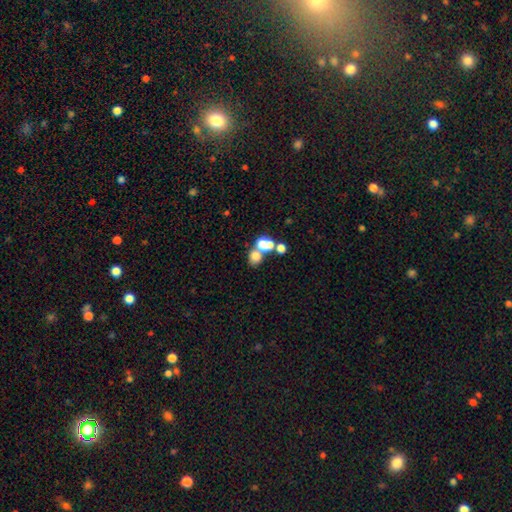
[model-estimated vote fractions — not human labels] Smooth or featured?
  - smooth: 69% *
  - star or artifact: 18%
  - featured or disk: 13%
How rounded?
  - round: 62% *
  - in between: 36%
  - cigar-shaped: 1%
Merging?
  - merger: 49% *
  - none: 38%
  - minor disturbance: 7%
  - major disturbance: 5%